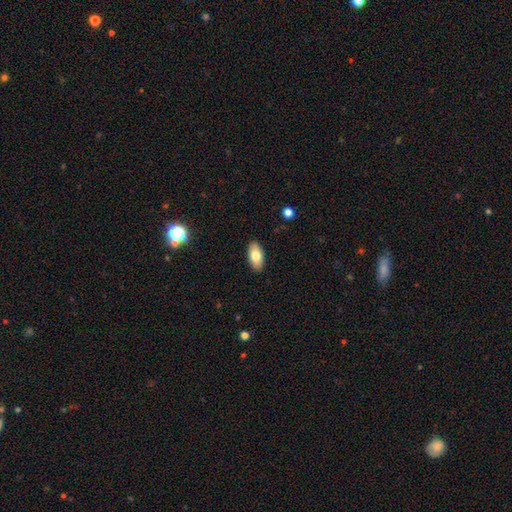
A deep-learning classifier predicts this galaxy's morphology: Smooth or featured?
  - smooth: 77% *
  - featured or disk: 16%
  - star or artifact: 7%
How rounded?
  - in between: 93% *
  - cigar-shaped: 4%
  - round: 3%
Merging?
  - none: 89% *
  - minor disturbance: 8%
  - major disturbance: 2%
  - merger: 1%